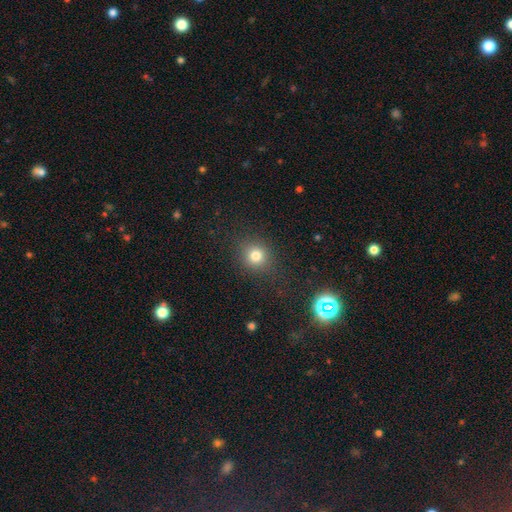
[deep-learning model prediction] A smooth galaxy with no disk features (79%) that is round (84%).

Vote fractions:
- Smooth or featured? smooth: 79% / star or artifact: 14% / featured or disk: 7%
- How rounded? round: 84% / in between: 15% / cigar-shaped: 1%
- Merging? none: 85% / minor disturbance: 9% / major disturbance: 4% / merger: 2%